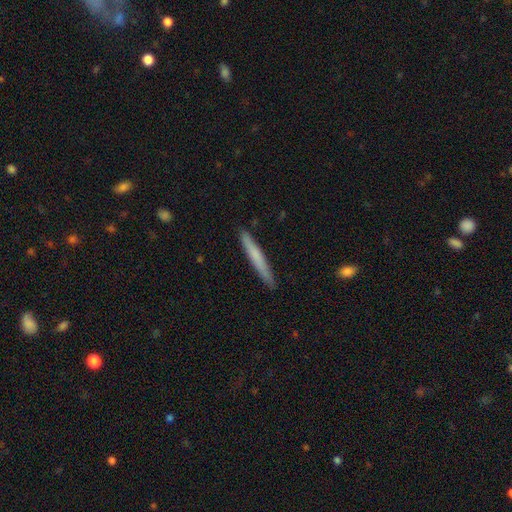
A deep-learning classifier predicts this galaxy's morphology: The model was most divided on "smooth or featured": smooth: 64%, featured or disk: 30%, star or artifact: 6%. More confident: how rounded — cigar-shaped (96%); merging — none (88%).